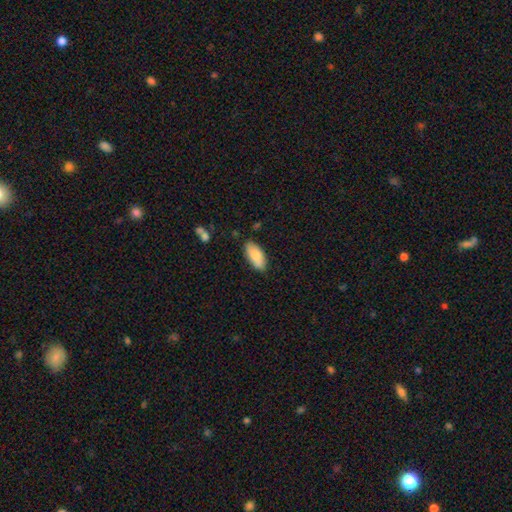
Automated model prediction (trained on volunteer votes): smooth_or_featured: smooth (p=0.81) [alt: featured or disk p=0.13]
how_rounded: in between (p=0.89) [alt: cigar-shaped p=0.09]
merging: none (p=0.79) [alt: minor disturbance p=0.15]